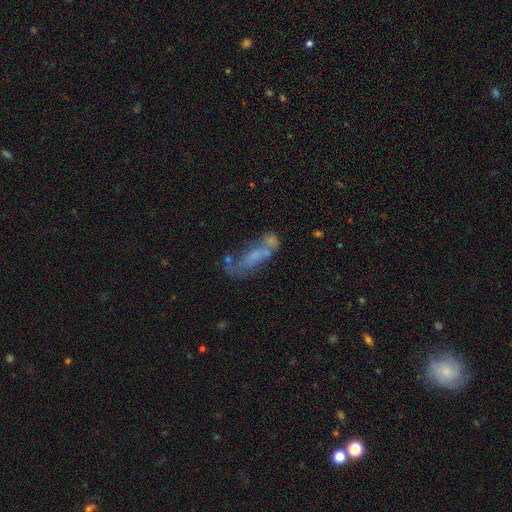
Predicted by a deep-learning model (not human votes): This appears to be a featured or disk galaxy (46%). Merging: none (33%).